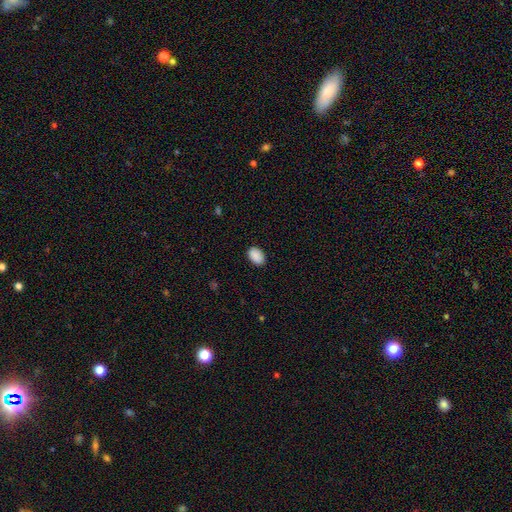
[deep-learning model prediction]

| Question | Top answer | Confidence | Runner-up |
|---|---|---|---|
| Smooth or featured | smooth | 90% | star or artifact (7%) |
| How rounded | in between | 86% | round (13%) |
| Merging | none | 88% | minor disturbance (9%) |